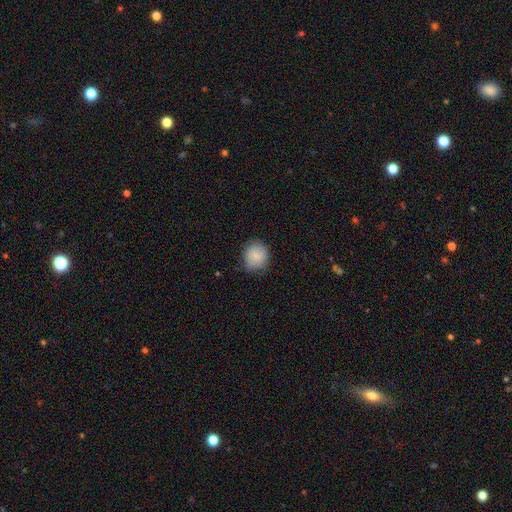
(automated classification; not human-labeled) Smooth or featured? smooth (85%)
How rounded? round (75%)
Merging? none (75%)